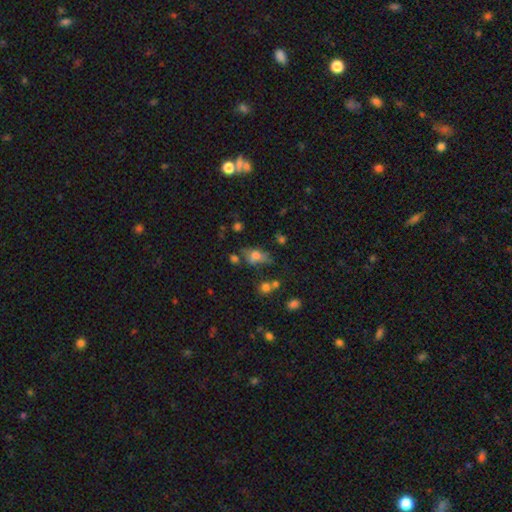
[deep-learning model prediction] Smooth or featured?
  - smooth: 64% *
  - featured or disk: 21%
  - star or artifact: 15%
How rounded?
  - in between: 77% *
  - round: 17%
  - cigar-shaped: 5%
Merging?
  - none: 42% *
  - minor disturbance: 25%
  - major disturbance: 17%
  - merger: 15%